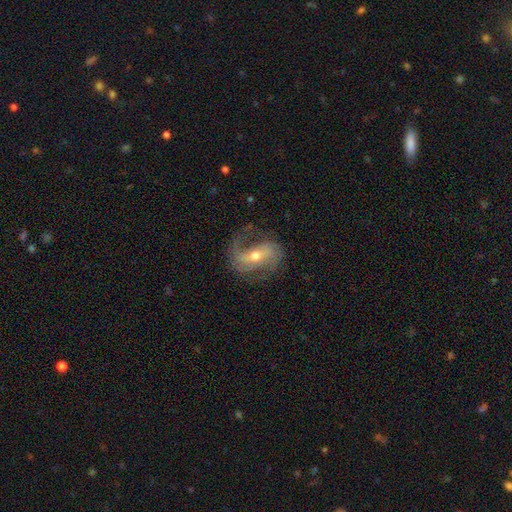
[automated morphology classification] The model was most divided on "spiral winding": medium: 43%, loose: 42%, tight: 15%. Remaining: edge-on disk — no (96%); spiral arms — yes (94%); smooth or featured — featured or disk (85%); spiral arm count — 2 (73%); merging — none (62%); bulge size — moderate (60%); bar — strong (42%).